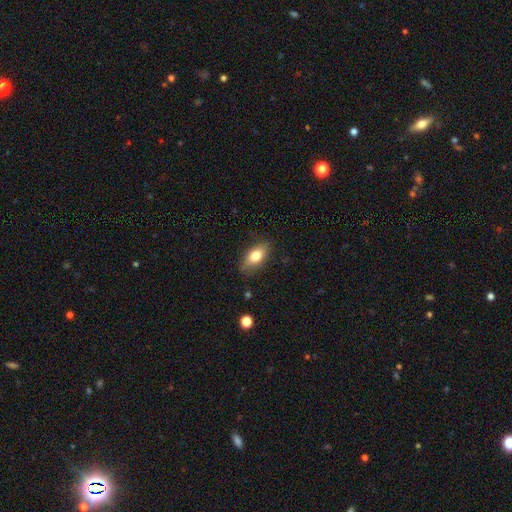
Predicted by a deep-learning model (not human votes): This is likely a smooth galaxy (73%). How rounded: clearly in between (84%). Merging: clearly none (82%).